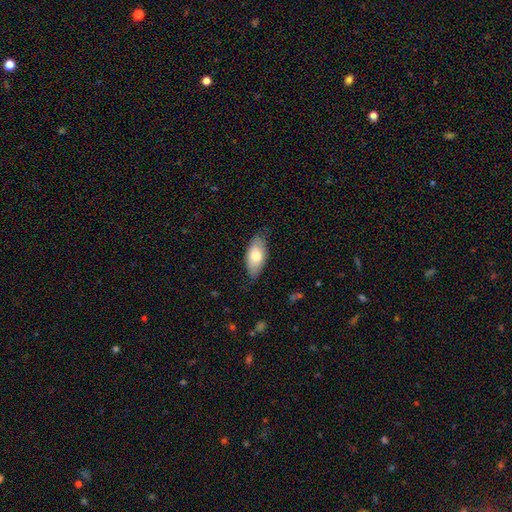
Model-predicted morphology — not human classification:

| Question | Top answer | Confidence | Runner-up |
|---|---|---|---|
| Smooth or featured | smooth | 72% | featured or disk (22%) |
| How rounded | in between | 89% | cigar-shaped (8%) |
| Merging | none | 77% | minor disturbance (19%) |